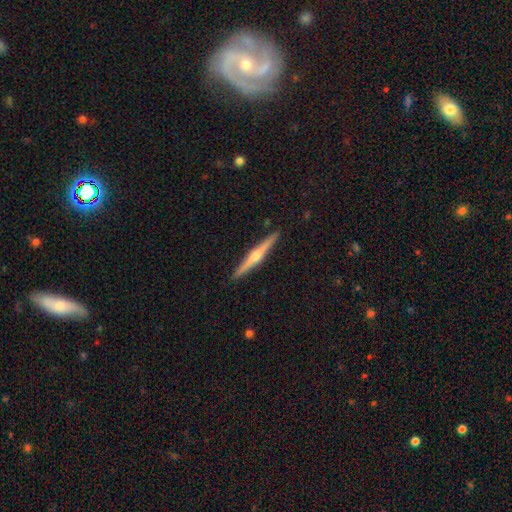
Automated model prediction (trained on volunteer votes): Smooth or featured: featured or disk — 76% (smooth — 19%)
Edge-on disk: yes — 98% (no — 2%)
Edge-on bulge: rounded — 88% (none — 6%)
Merging: none — 92% (minor disturbance — 5%)